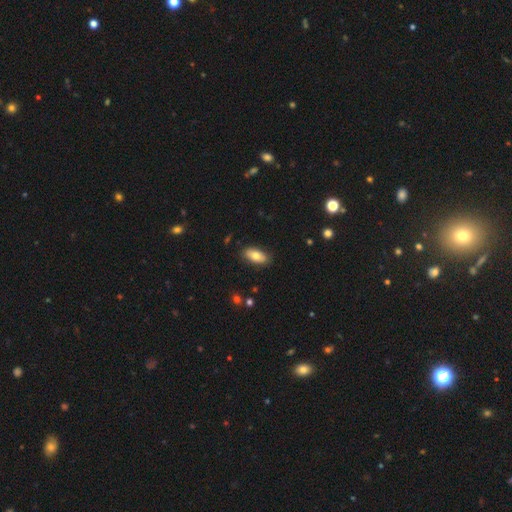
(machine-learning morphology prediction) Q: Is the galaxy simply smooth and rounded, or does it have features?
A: smooth — 78%.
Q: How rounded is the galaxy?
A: in between — 90%.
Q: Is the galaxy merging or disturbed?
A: none — 86%.